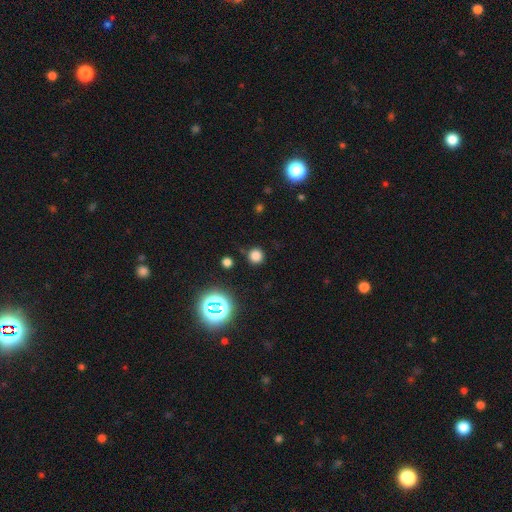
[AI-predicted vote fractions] Q: Smooth or featured?
A: smooth (75%); runner-up: star or artifact (21%)
Q: How rounded?
A: round (93%); runner-up: in between (6%)
Q: Merging?
A: none (87%); runner-up: minor disturbance (8%)